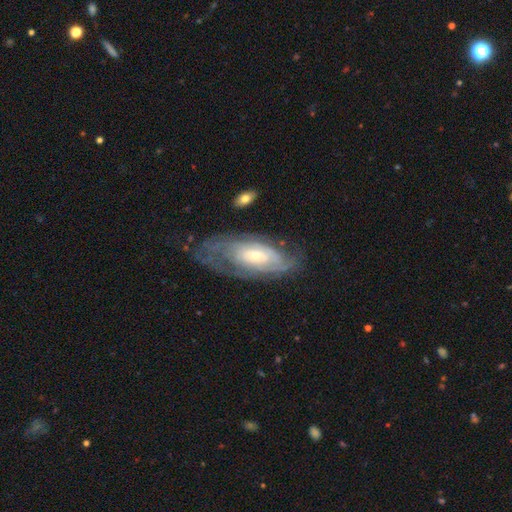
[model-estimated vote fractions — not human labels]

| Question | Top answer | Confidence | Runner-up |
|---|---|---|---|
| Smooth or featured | featured or disk | 77% | smooth (17%) |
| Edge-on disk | no | 90% | yes (10%) |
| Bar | no | 70% | weak (24%) |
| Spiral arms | yes | 86% | no (14%) |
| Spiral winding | tight | 63% | medium (27%) |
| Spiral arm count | can't tell | 55% | 2 (22%) |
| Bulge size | small | 60% | moderate (33%) |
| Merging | none | 57% | minor disturbance (23%) |